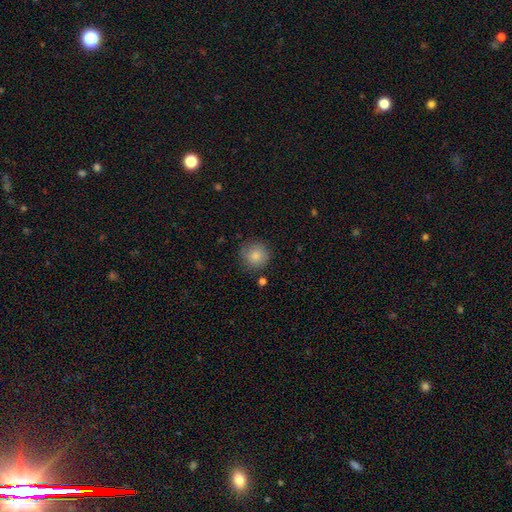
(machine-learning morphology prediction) A smooth galaxy with no disk features (85%) that is round (93%). Merging: none (85%).